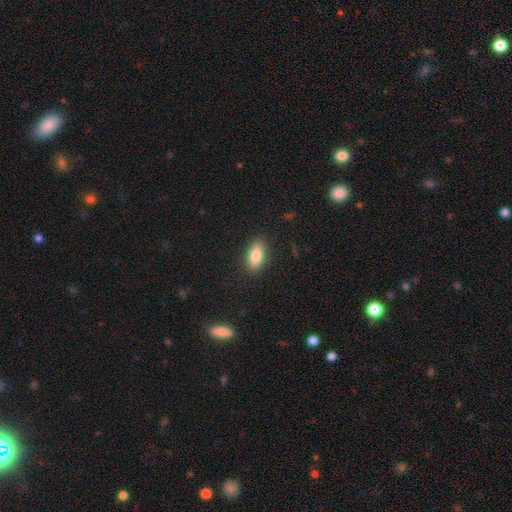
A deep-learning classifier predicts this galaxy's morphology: Smooth or featured: smooth — 81% (featured or disk — 11%)
How rounded: in between — 85% (cigar-shaped — 11%)
Merging: none — 87% (minor disturbance — 9%)